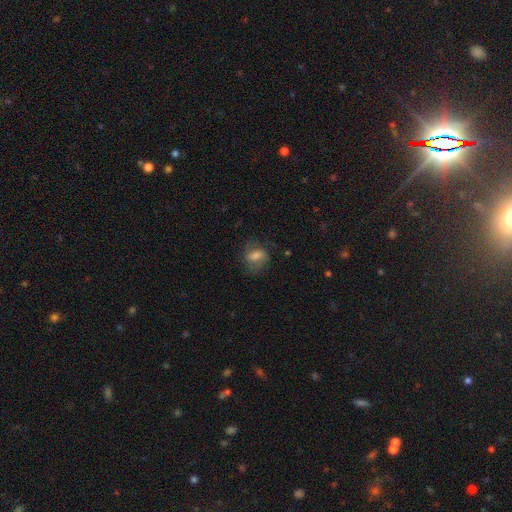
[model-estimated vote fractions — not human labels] This is possibly a smooth galaxy (54%). How rounded: likely in between (63%). Merging: likely none (63%).